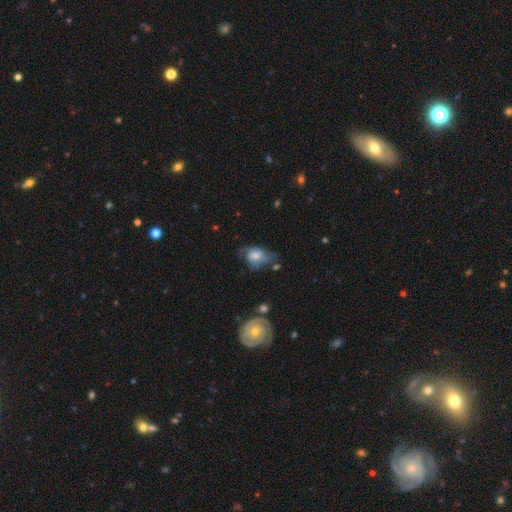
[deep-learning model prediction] smooth-or-featured: smooth: 56% | featured or disk: 36% | star or artifact: 9%
  how-rounded: in between: 73% | round: 25% | cigar-shaped: 2%
  merging: none: 37% | minor disturbance: 32% | major disturbance: 26% | merger: 6%